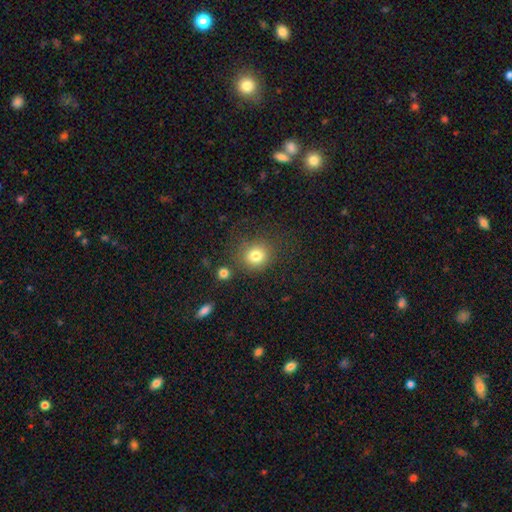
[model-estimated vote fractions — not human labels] This is likely a smooth galaxy (80%). How rounded: clearly round (85%). Merging: likely none (77%).